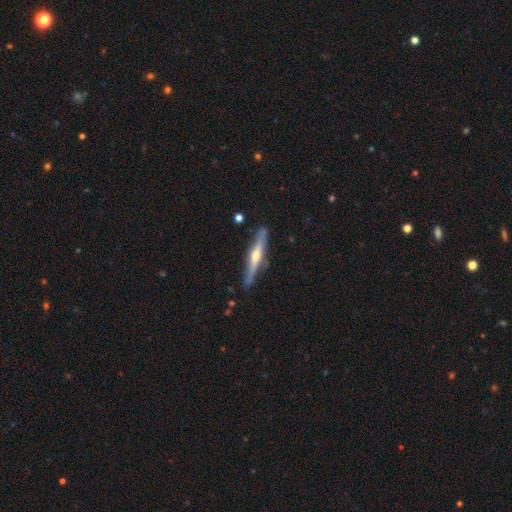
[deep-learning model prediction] smooth-or-featured: featured or disk: 68% | smooth: 26% | star or artifact: 5%
  disk-edge-on: yes: 96% | no: 4%
    edge-on-bulge: rounded: 85% | none: 9% | boxy: 6%
  merging: none: 82% | minor disturbance: 13% | major disturbance: 2% | merger: 2%